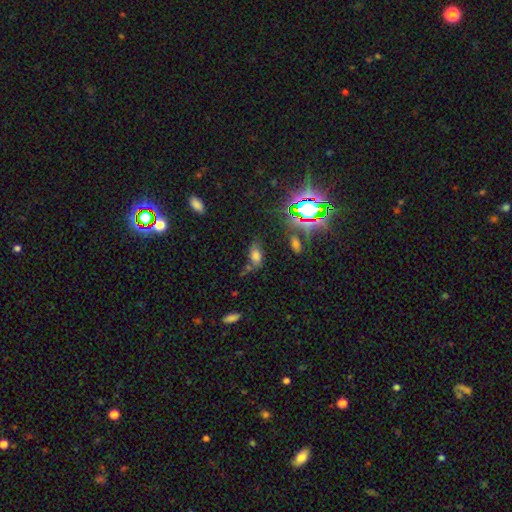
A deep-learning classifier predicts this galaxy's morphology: Overall: smooth (63%; star or artifact 24%). How rounded: in between (85%). Merging: none (52%; minor disturbance 24%).